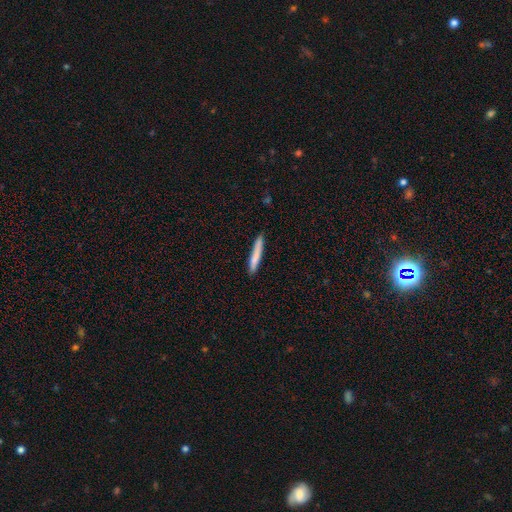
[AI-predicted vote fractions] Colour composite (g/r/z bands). It shows a smooth galaxy with no disk features (79%) that is cigar-shaped (95%). Merging: none (88%).